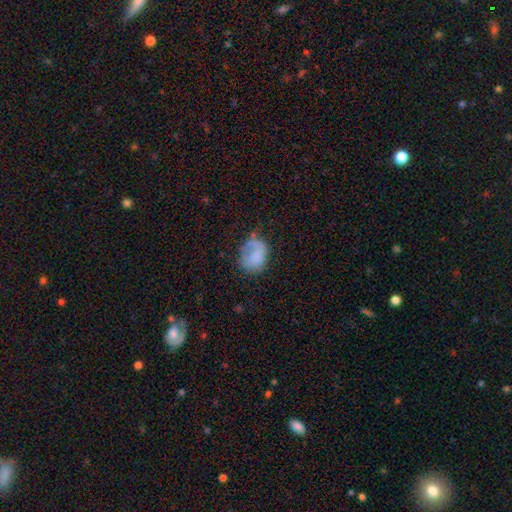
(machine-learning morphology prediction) This is likely a smooth galaxy (66%). How rounded: possibly in between (54%). Merging: marginally none (40%).